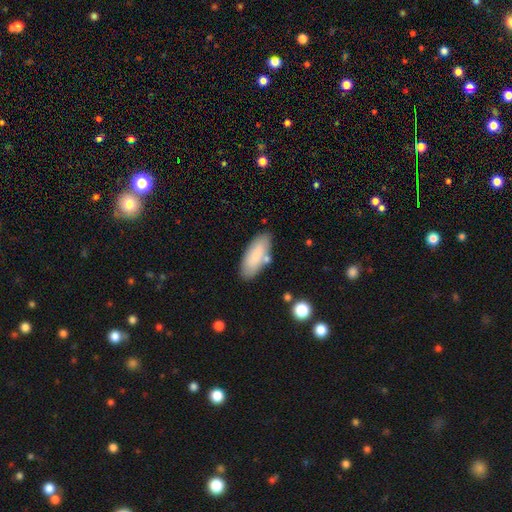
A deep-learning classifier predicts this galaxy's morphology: Smooth or featured: smooth — 83% (featured or disk — 11%)
How rounded: in between — 79% (cigar-shaped — 19%)
Merging: none — 77% (minor disturbance — 13%)